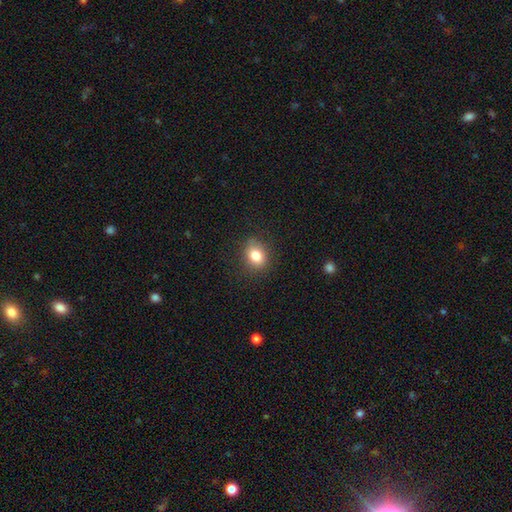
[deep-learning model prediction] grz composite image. It shows a smooth galaxy with no disk features (82%) that is in between round and cigar-shaped (51%). Merging: none (84%).